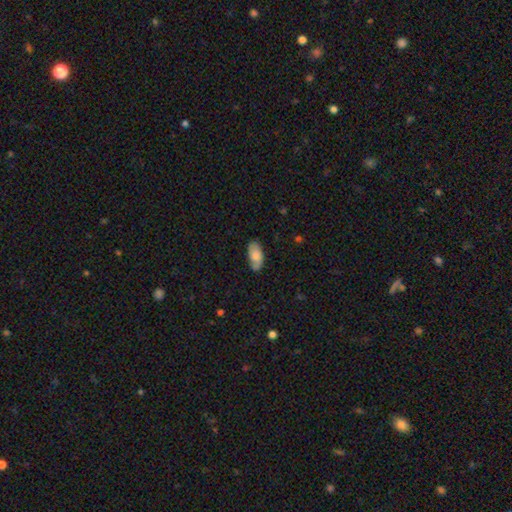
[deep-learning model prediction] The model was most divided on "smooth or featured": smooth: 73%, featured or disk: 20%, star or artifact: 7%. More confident: how rounded — in between (92%); merging — none (76%).